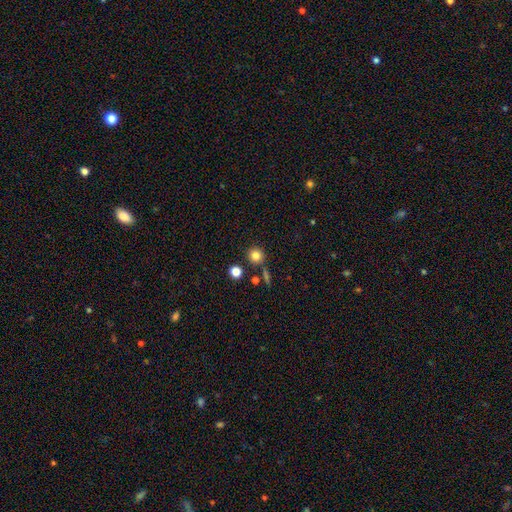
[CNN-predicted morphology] The model was most divided on "smooth or featured": smooth: 81%, star or artifact: 12%, featured or disk: 7%. More confident: how rounded — round (93%); merging — none (81%).